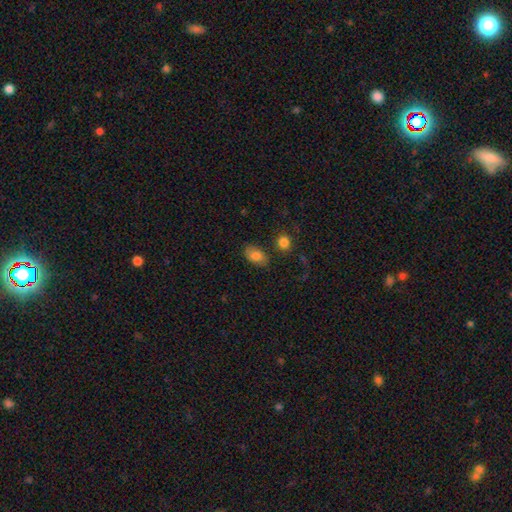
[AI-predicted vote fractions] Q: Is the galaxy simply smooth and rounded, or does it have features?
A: smooth — 82%.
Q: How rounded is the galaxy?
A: in between — 91%.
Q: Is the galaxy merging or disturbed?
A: none — 79%.